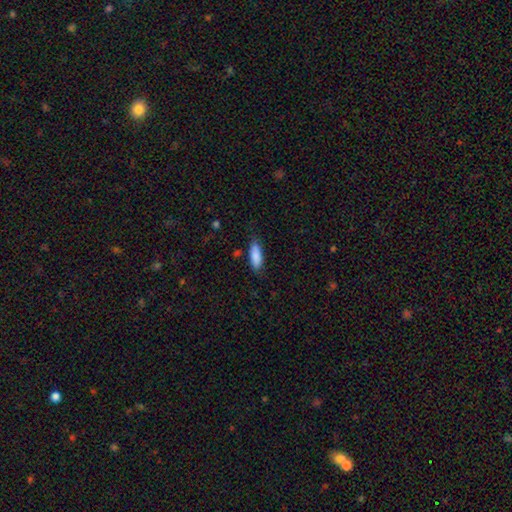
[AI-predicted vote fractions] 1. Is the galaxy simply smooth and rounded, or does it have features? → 86% smooth, 7% featured or disk, 6% star or artifact.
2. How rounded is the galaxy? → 66% in between, 32% cigar-shaped, 2% round.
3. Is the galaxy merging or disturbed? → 81% none, 14% minor disturbance, 3% major disturbance, 2% merger.